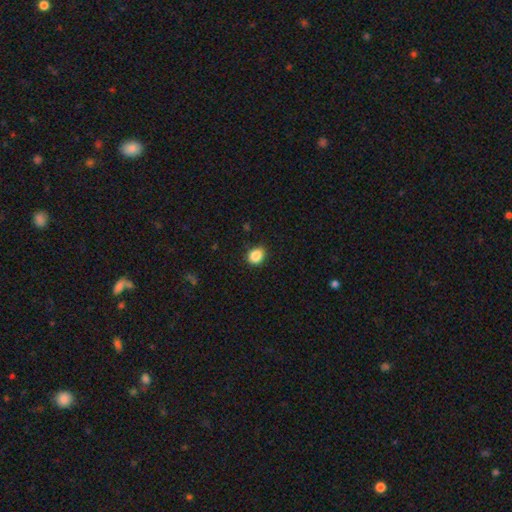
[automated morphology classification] type=smooth (87%); roundness=round (60%); merging=none (84%).